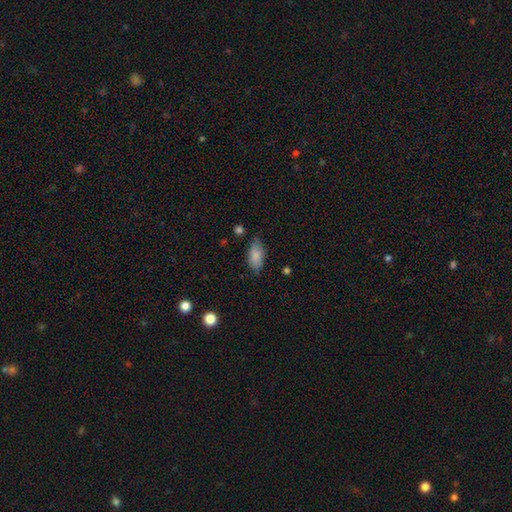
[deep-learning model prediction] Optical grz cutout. It shows a smooth galaxy with no disk features (84%) that is in between round and cigar-shaped (90%). Merging: none (71%).